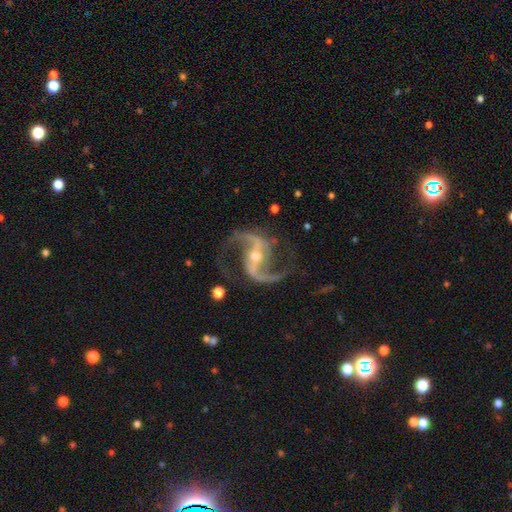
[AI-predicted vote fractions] A featured or disk galaxy (93%) with a strong bar (41%), 2 (94%) loose (54%) spiral arms (98%) and a small central bulge (63%). Merging: none (79%).